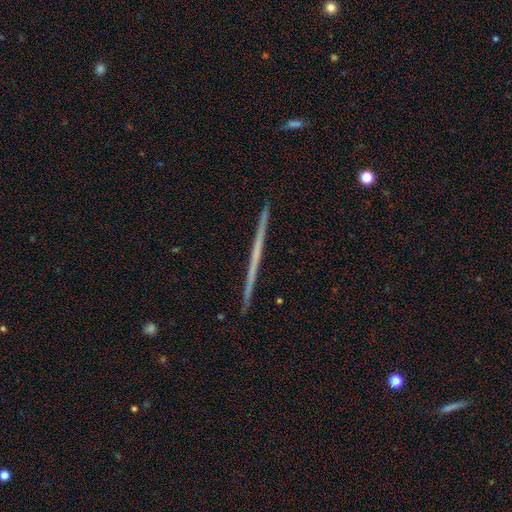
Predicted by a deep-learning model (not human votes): Smooth or featured? featured or disk (67%)
Edge-on disk? yes (98%)
Edge-on bulge? none (88%)
Merging? none (93%)